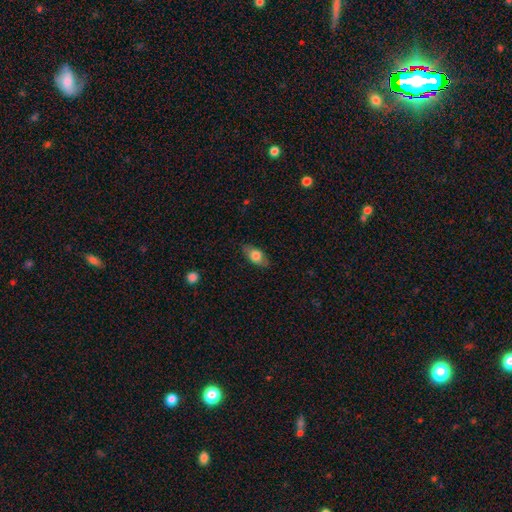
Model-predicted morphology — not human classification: Overall: smooth (72%). How rounded: in between (86%). Merging: none (82%).